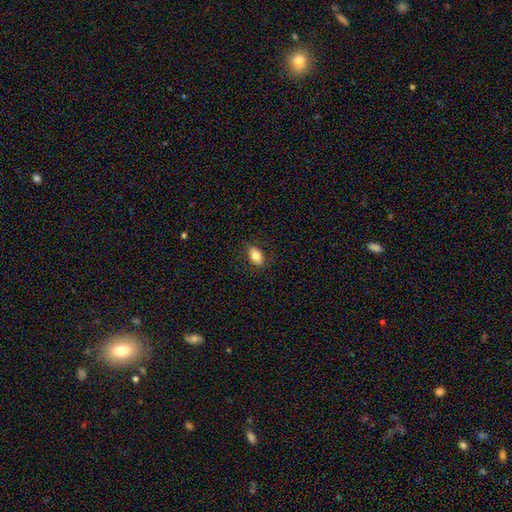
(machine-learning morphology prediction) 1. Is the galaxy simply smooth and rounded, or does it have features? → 82% smooth, 11% featured or disk, 8% star or artifact.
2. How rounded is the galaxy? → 88% in between, 10% round, 2% cigar-shaped.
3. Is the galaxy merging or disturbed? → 85% none, 11% minor disturbance, 3% major disturbance, 1% merger.